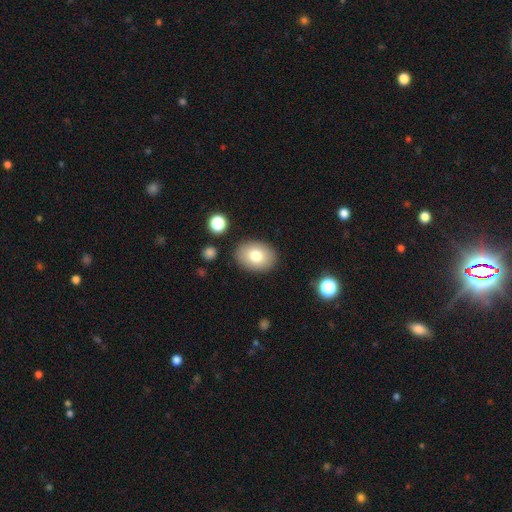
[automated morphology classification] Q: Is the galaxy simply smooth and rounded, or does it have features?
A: smooth — 79%.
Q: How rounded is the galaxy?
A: in between — 76%.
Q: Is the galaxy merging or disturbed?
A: none — 87%.